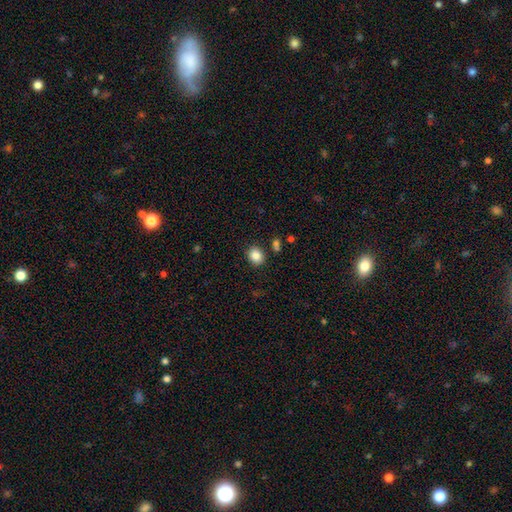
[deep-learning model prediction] This appears to be a smooth galaxy with no disk features (85%) that is round (55%). Merging: none (86%).